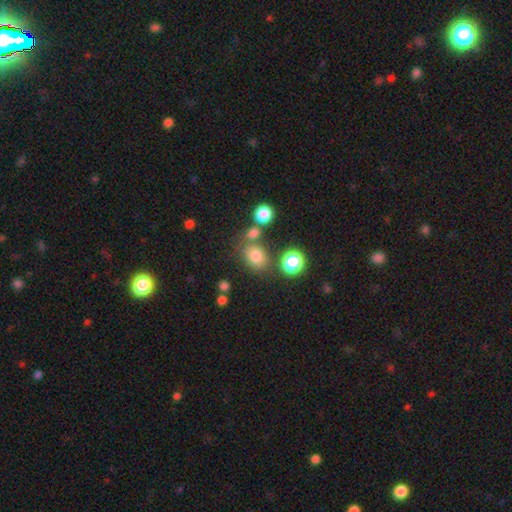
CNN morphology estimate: smooth-or-featured: smooth: 77% | star or artifact: 16% | featured or disk: 7%
  how-rounded: in between: 55% | round: 44% | cigar-shaped: 1%
  merging: none: 67% | merger: 15% | minor disturbance: 13% | major disturbance: 5%